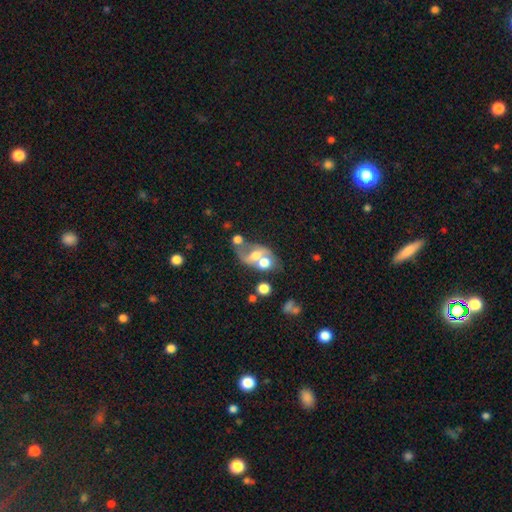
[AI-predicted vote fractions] Smooth or featured? Predicted: featured or disk (p=0.52). Edge-on disk? Predicted: no (p=0.95). Merging? Predicted: merger (p=0.48).